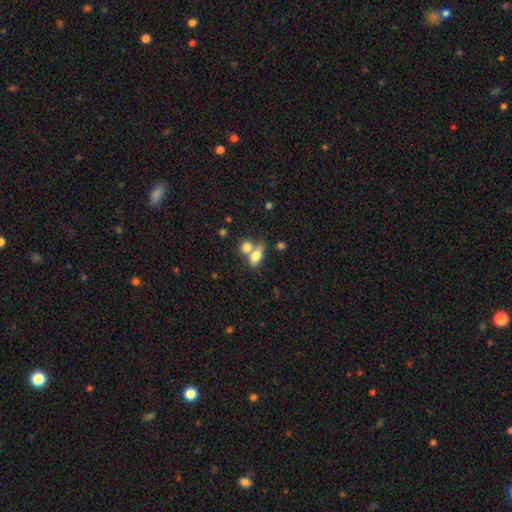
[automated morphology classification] Smooth or featured? smooth (75%)
How rounded? in between (77%)
Merging? merger (54%)